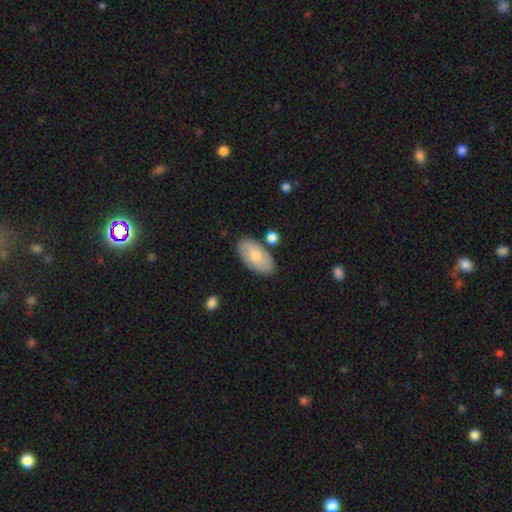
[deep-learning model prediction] Overall: smooth (74%). How rounded: in between (95%). Merging: none (80%).